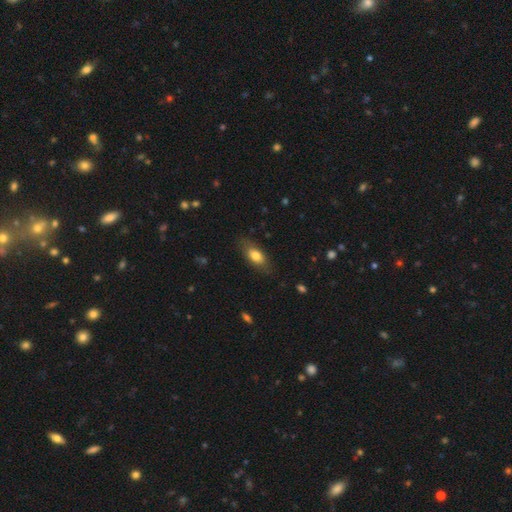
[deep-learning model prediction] The model was most divided on "smooth or featured": smooth: 75%, featured or disk: 18%, star or artifact: 7%. More confident: how rounded — in between (82%); merging — none (80%).